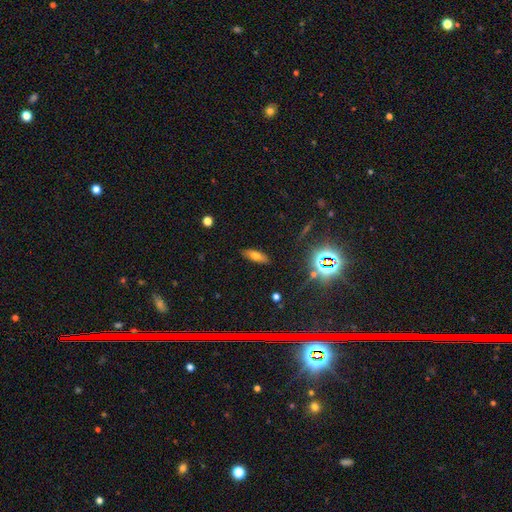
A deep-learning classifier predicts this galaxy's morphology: smooth-or-featured: smooth: 64% | featured or disk: 20% | star or artifact: 16%
  how-rounded: in between: 68% | cigar-shaped: 29% | round: 4%
  merging: none: 86% | minor disturbance: 10% | major disturbance: 2% | merger: 2%